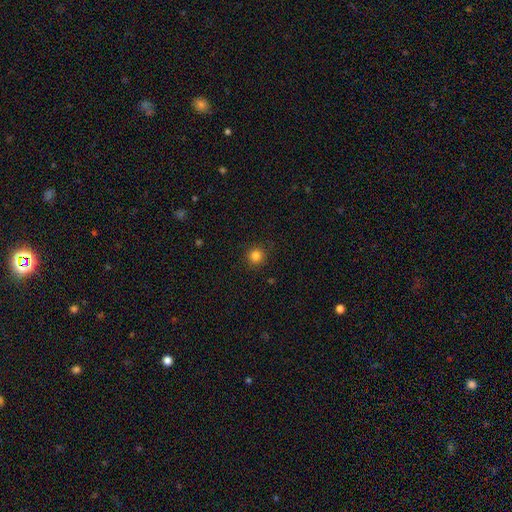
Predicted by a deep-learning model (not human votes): smooth 82%, star or artifact 13%, featured or disk 5%. Down the decision tree: how rounded — round (93%); merging — none (90%).